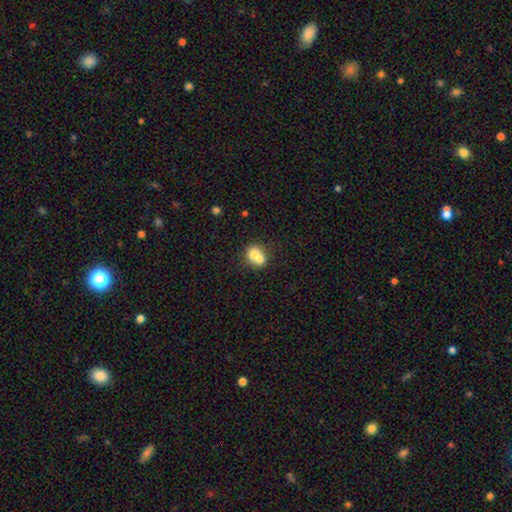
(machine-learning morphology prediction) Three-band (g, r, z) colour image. It shows a smooth galaxy with no disk features (68%) that is round (72%). Merging: merger (64%).